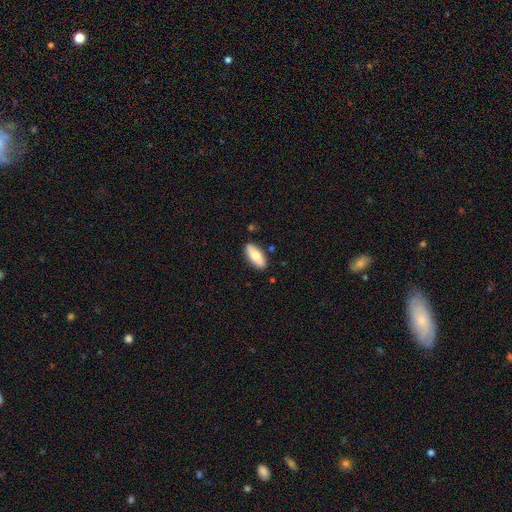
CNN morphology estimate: Smooth or featured: smooth — 74% (featured or disk — 20%)
How rounded: in between — 81% (cigar-shaped — 17%)
Merging: none — 85% (minor disturbance — 10%)